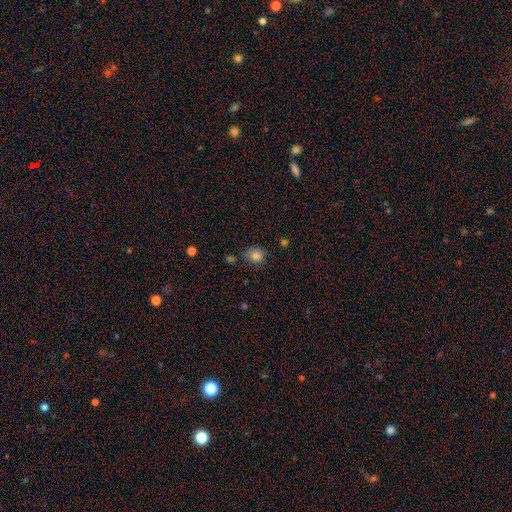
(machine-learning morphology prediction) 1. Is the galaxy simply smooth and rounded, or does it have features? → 82% smooth, 12% star or artifact, 6% featured or disk.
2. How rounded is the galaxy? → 73% round, 26% in between, 1% cigar-shaped.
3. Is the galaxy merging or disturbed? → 69% none, 20% minor disturbance, 5% merger, 5% major disturbance.